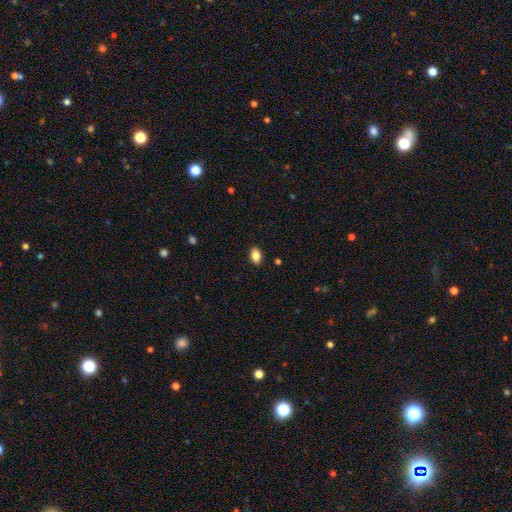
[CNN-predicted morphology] Q: Smooth or featured?
A: smooth (85%); runner-up: star or artifact (8%)
Q: How rounded?
A: in between (89%); runner-up: round (9%)
Q: Merging?
A: none (89%); runner-up: minor disturbance (9%)